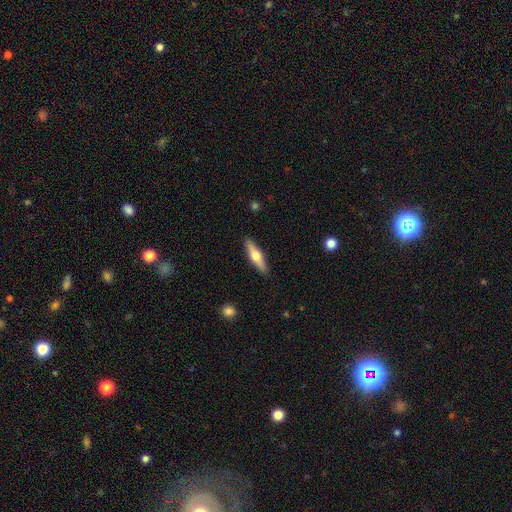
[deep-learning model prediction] smooth_or_featured: featured or disk (p=0.49) [alt: smooth p=0.45]
merging: none (p=0.90) [alt: minor disturbance p=0.08]